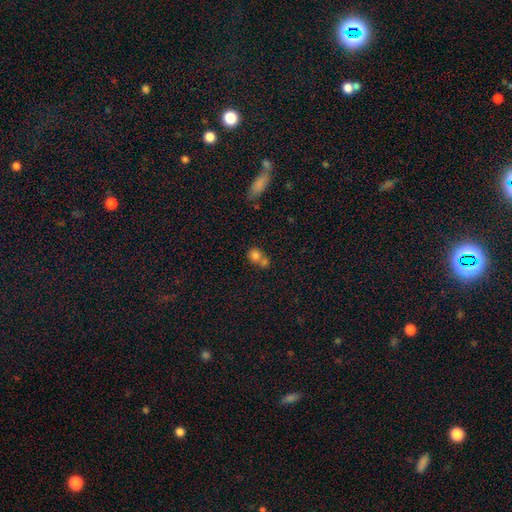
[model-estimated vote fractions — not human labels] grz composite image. It shows a smooth galaxy with no disk features (77%) that is round (75%). Merging: merger (54%).